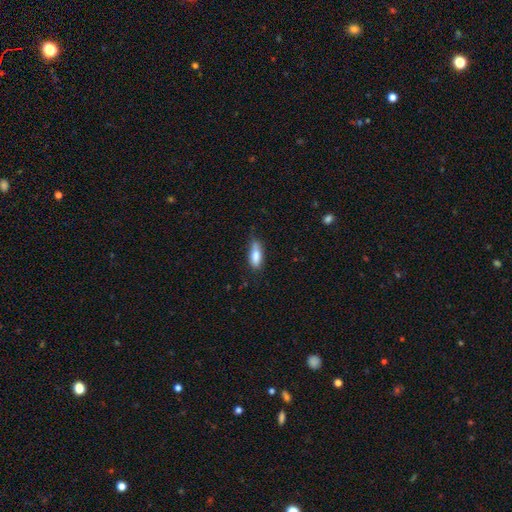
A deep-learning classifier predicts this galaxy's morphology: A smooth galaxy with no disk features (81%) that is in between round and cigar-shaped (70%).

Vote fractions:
- Smooth or featured? smooth: 81% / featured or disk: 12% / star or artifact: 7%
- How rounded? in between: 70% / cigar-shaped: 28% / round: 2%
- Merging? none: 56% / minor disturbance: 33% / major disturbance: 7% / merger: 4%